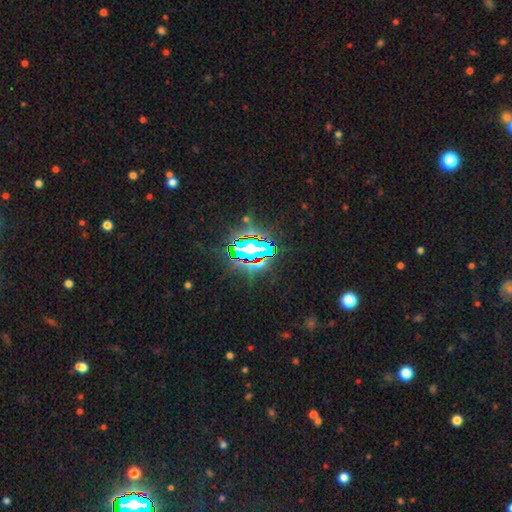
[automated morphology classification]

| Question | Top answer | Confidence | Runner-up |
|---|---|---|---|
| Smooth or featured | star or artifact | 74% | smooth (14%) |